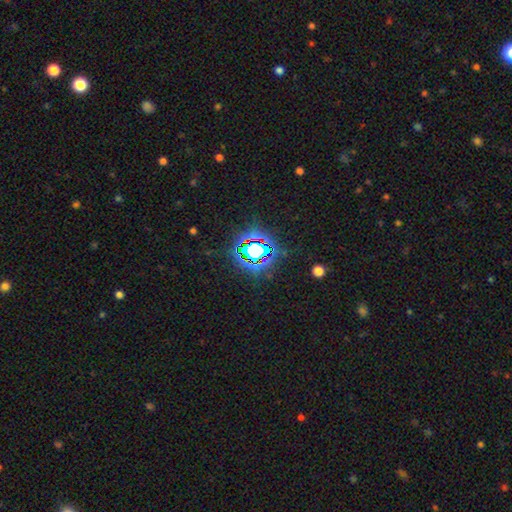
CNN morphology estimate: star or artifact 77%, smooth 14%, featured or disk 9%.